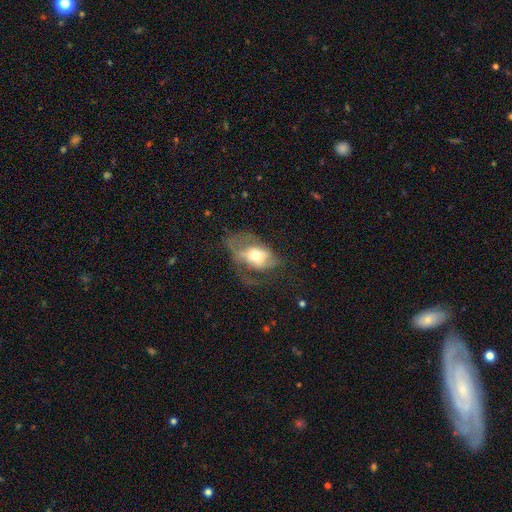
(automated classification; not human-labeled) Morphology: type=featured or disk (47%); merging=major disturbance (48%).